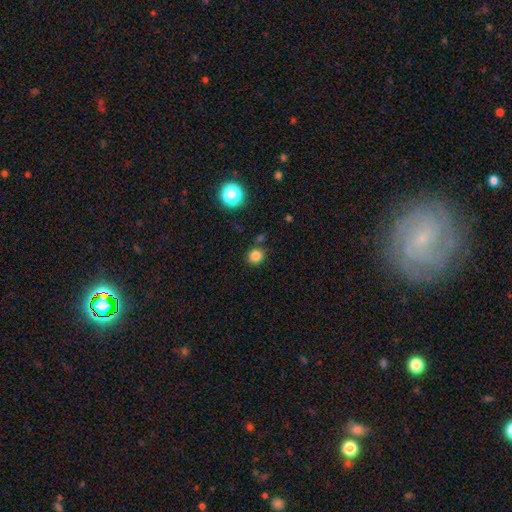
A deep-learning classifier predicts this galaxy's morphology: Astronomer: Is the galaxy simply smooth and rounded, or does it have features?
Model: smooth — 83%.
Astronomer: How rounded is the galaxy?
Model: round — 87%.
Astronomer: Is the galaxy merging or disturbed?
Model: none — 81%.